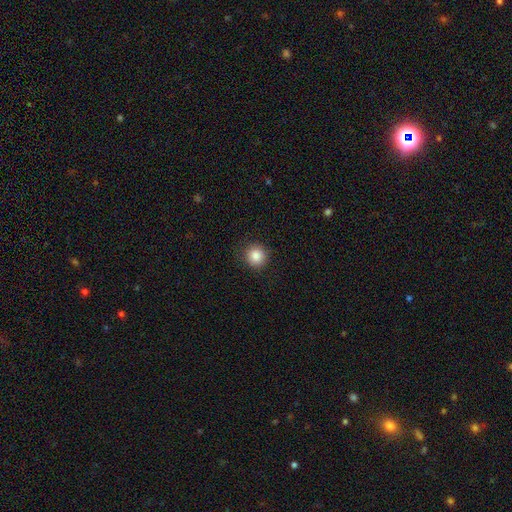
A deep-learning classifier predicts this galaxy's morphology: A smooth galaxy with no disk features (86%) that is round (93%).

Vote fractions:
- Smooth or featured? smooth: 86% / star or artifact: 10% / featured or disk: 5%
- How rounded? round: 93% / in between: 6% / cigar-shaped: 1%
- Merging? none: 89% / minor disturbance: 7% / major disturbance: 2% / merger: 1%